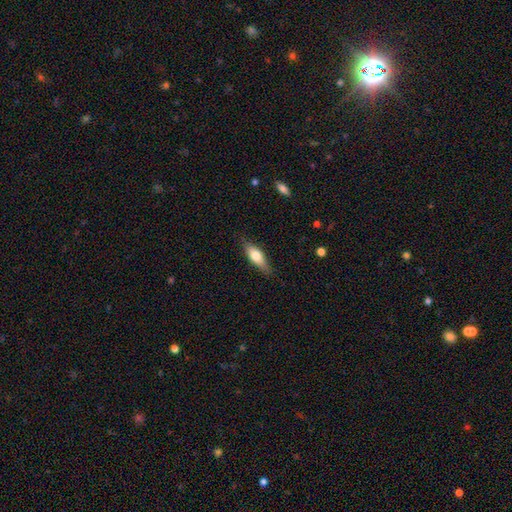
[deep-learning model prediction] This appears to be a smooth galaxy with no disk features (63%) that is in between round and cigar-shaped (60%). Merging: none (80%).